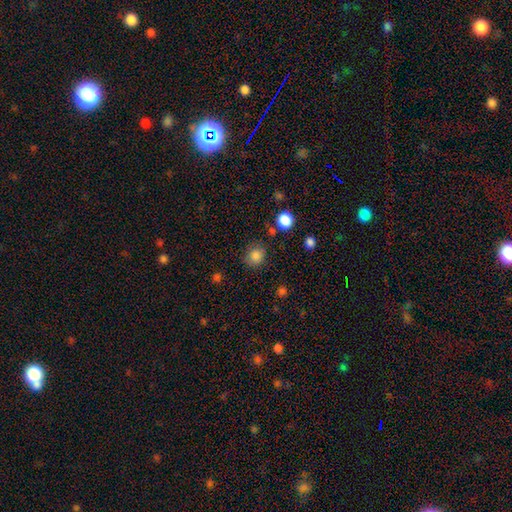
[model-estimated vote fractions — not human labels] smooth 83%, star or artifact 13%, featured or disk 4%. Down the decision tree: how rounded — round (82%); merging — none (80%).